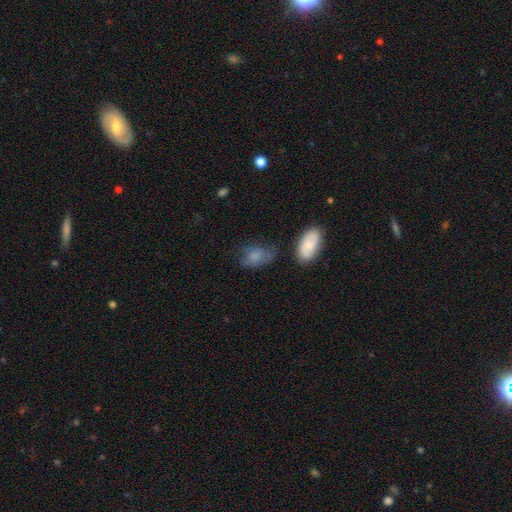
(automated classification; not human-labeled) Q: Smooth or featured?
A: smooth (73%); runner-up: featured or disk (17%)
Q: How rounded?
A: in between (87%); runner-up: round (10%)
Q: Merging?
A: none (47%); runner-up: minor disturbance (29%)